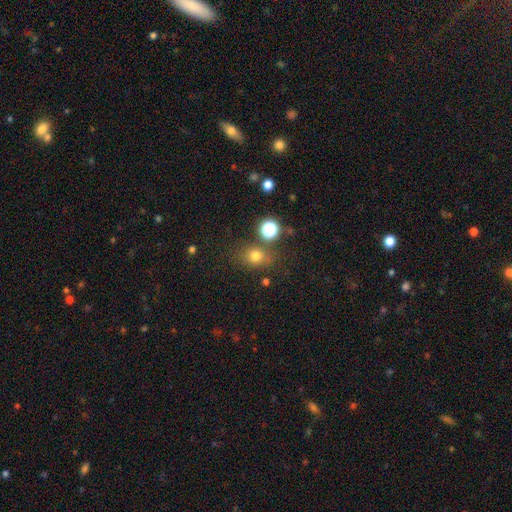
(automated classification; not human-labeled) Smooth or featured? smooth (73%)
How rounded? round (64%)
Merging? none (73%)